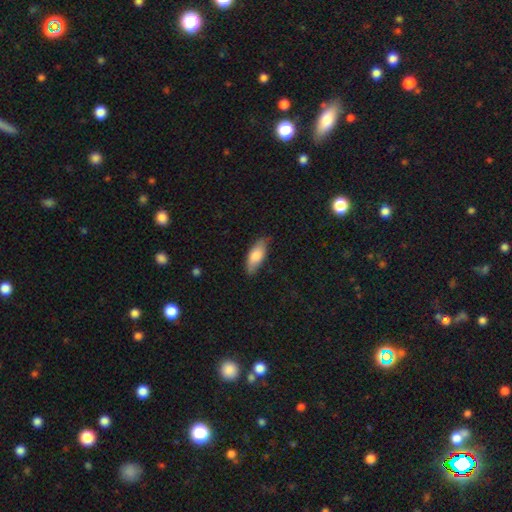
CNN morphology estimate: This is likely a smooth galaxy (79%). How rounded: likely in between (76%). Merging: likely none (78%).